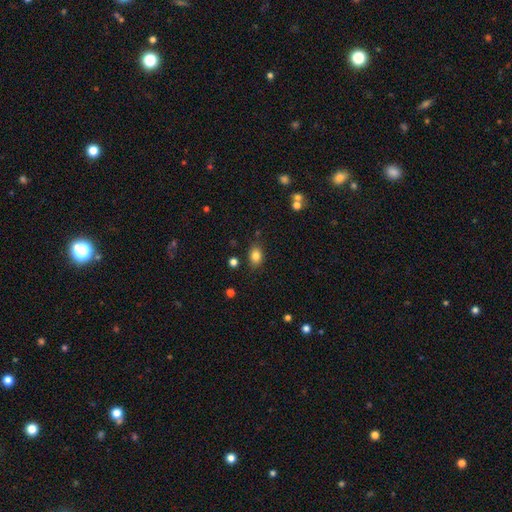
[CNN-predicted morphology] This is clearly a smooth galaxy (82%). How rounded: likely in between (75%). Merging: clearly none (81%).